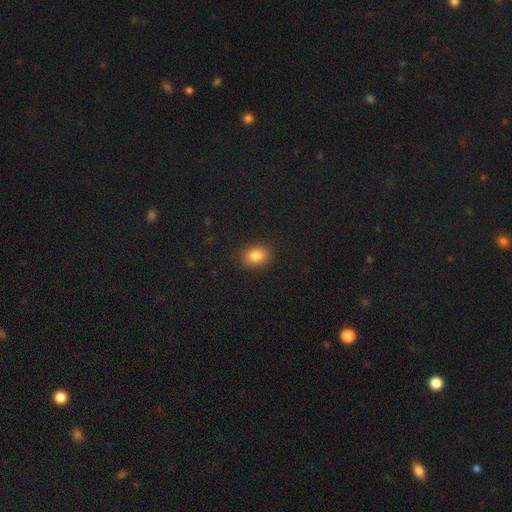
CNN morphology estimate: Smooth or featured?
  - smooth: 84% *
  - star or artifact: 10%
  - featured or disk: 5%
How rounded?
  - in between: 63% *
  - round: 36%
  - cigar-shaped: 1%
Merging?
  - none: 88% *
  - minor disturbance: 9%
  - major disturbance: 3%
  - merger: 1%